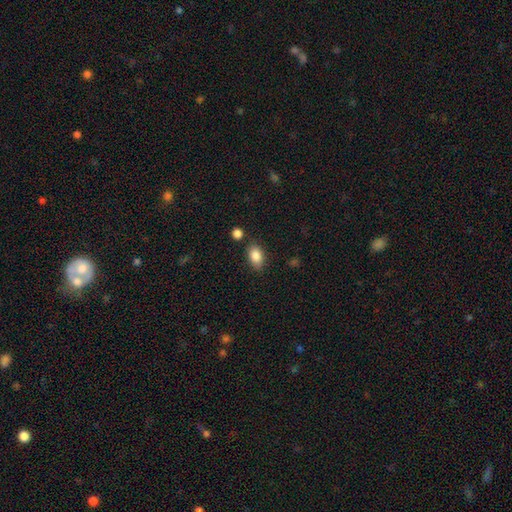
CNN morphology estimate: smooth 86%, star or artifact 8%, featured or disk 6%. Down the decision tree: how rounded — in between (89%); merging — none (79%).